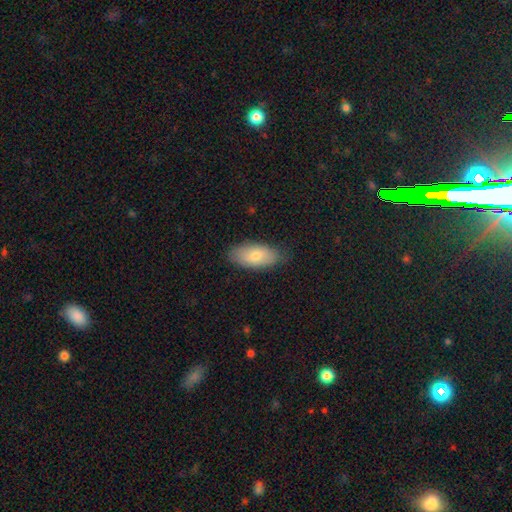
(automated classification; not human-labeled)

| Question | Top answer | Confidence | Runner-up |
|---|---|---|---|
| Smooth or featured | smooth | 76% | featured or disk (18%) |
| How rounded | in between | 91% | cigar-shaped (6%) |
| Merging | none | 82% | minor disturbance (14%) |